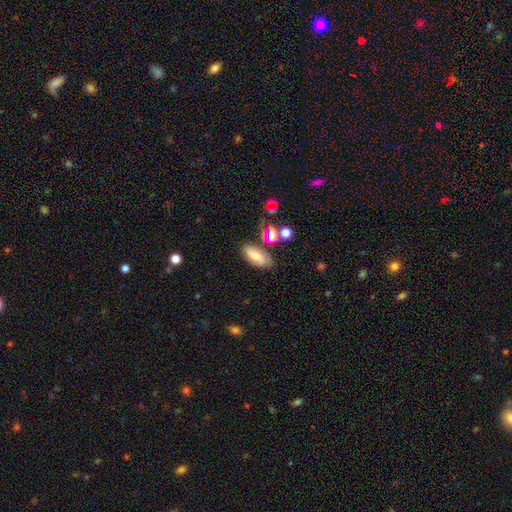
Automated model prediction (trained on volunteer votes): smooth-or-featured: smooth: 60% | featured or disk: 29% | star or artifact: 11%
  how-rounded: in between: 84% | cigar-shaped: 11% | round: 5%
  merging: none: 66% | minor disturbance: 18% | merger: 9% | major disturbance: 6%